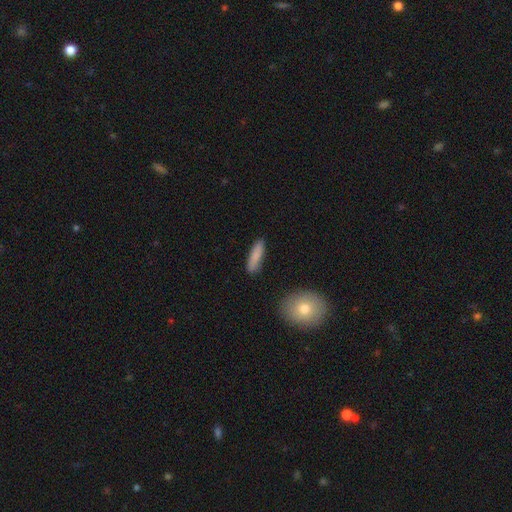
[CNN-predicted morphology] Smooth or featured? Predicted: smooth (p=0.84). How rounded? Predicted: cigar-shaped (p=0.75). Merging? Predicted: none (p=0.87).